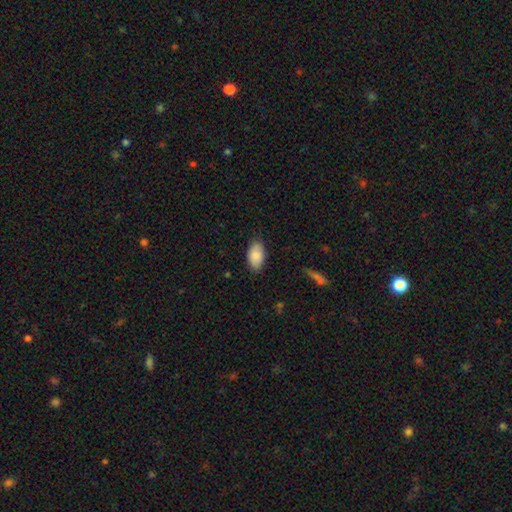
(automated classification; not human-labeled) Smooth or featured: smooth — 85% (featured or disk — 9%)
How rounded: in between — 94% (round — 4%)
Merging: none — 82% (minor disturbance — 15%)